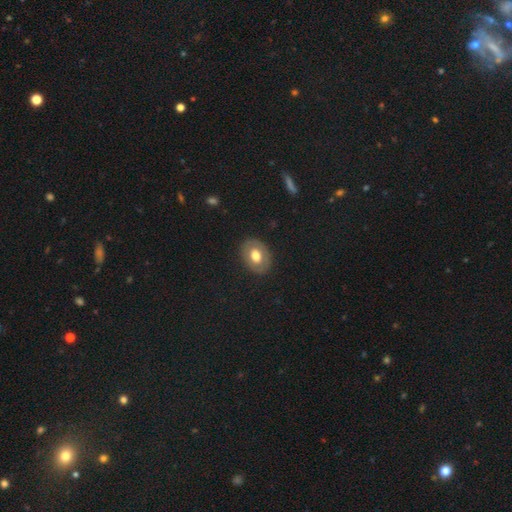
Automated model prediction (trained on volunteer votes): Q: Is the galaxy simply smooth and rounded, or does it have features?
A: smooth — 61%.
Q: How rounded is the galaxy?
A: in between — 71%.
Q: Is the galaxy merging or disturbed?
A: none — 85%.